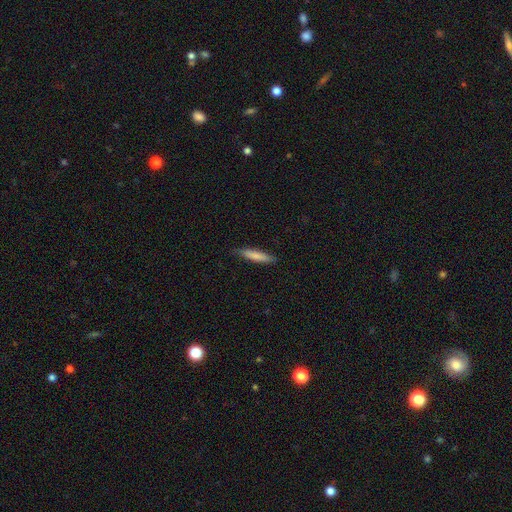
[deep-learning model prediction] Smooth or featured? smooth (80%)
How rounded? cigar-shaped (85%)
Merging? none (83%)